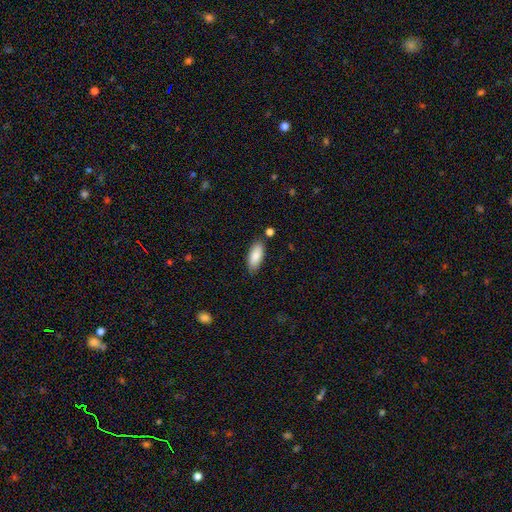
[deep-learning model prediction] A smooth galaxy with no disk features (87%) that is in between round and cigar-shaped (83%). Merging: none (81%).